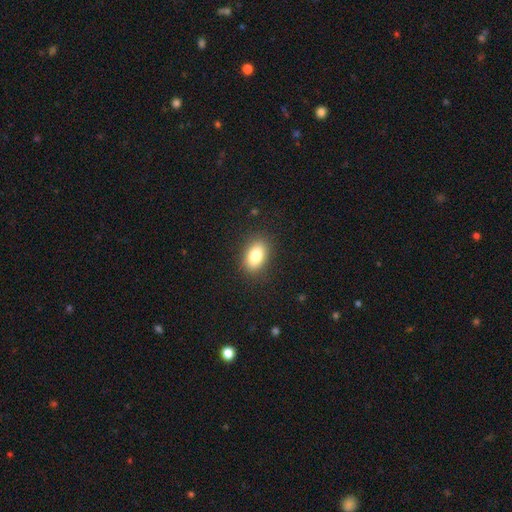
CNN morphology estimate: smooth_or_featured: smooth (p=0.82) [alt: featured or disk p=0.10]
how_rounded: in between (p=0.87) [alt: round p=0.11]
merging: none (p=0.87) [alt: minor disturbance p=0.09]